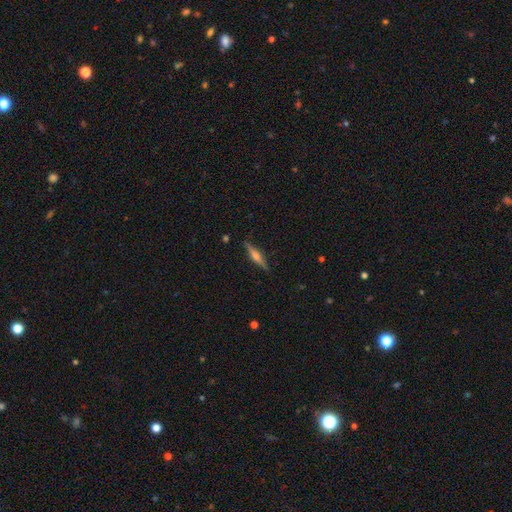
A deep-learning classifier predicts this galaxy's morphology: Smooth or featured: featured or disk — 69% (smooth — 25%)
Edge-on disk: yes — 97% (no — 3%)
Edge-on bulge: rounded — 84% (boxy — 11%)
Merging: none — 89% (minor disturbance — 8%)